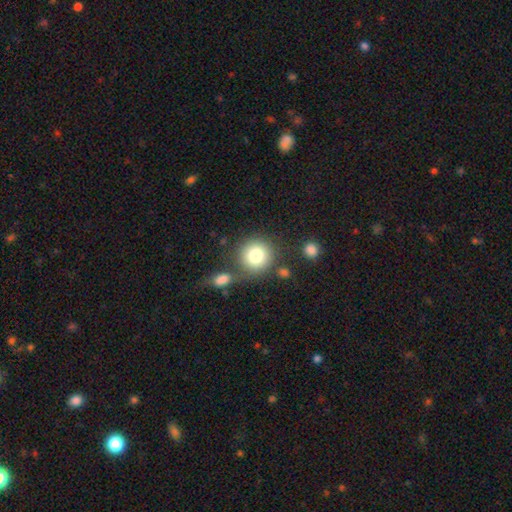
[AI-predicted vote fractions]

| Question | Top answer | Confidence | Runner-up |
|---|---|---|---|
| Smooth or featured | smooth | 80% | featured or disk (10%) |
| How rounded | round | 91% | in between (9%) |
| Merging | none | 68% | merger (16%) |